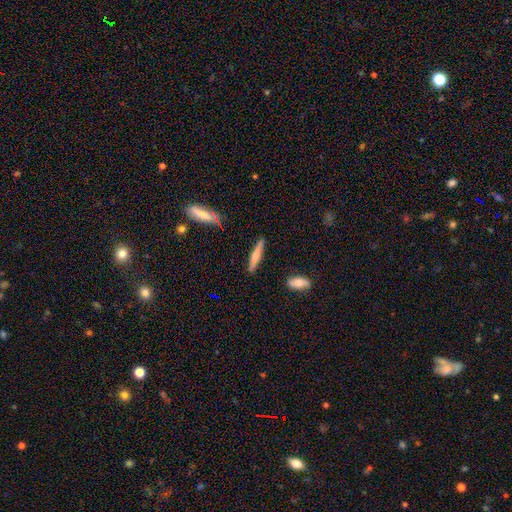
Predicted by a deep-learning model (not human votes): Smooth or featured? Predicted: smooth (p=0.51). How rounded? Predicted: cigar-shaped (p=0.91). Merging? Predicted: none (p=0.87).